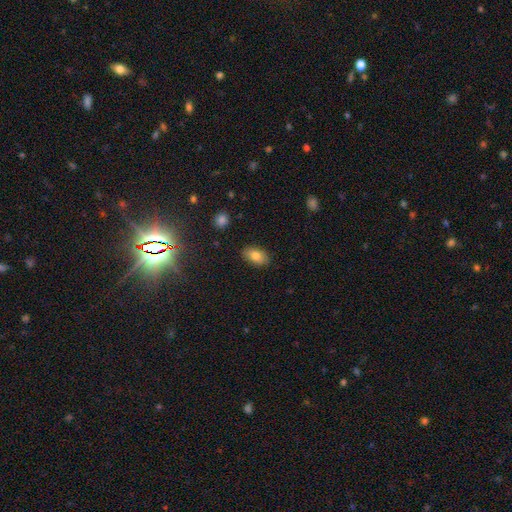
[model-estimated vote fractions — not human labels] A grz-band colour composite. It shows a smooth galaxy with no disk features (80%) that is in between round and cigar-shaped (91%). Merging: none (86%).